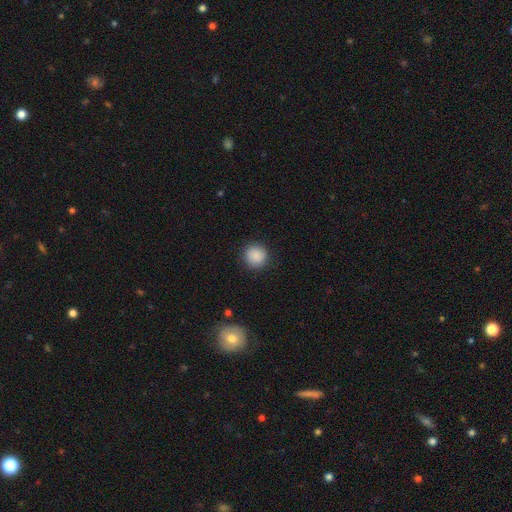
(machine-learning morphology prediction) Smooth or featured? Predicted: smooth (p=0.88). How rounded? Predicted: round (p=0.92). Merging? Predicted: none (p=0.89).